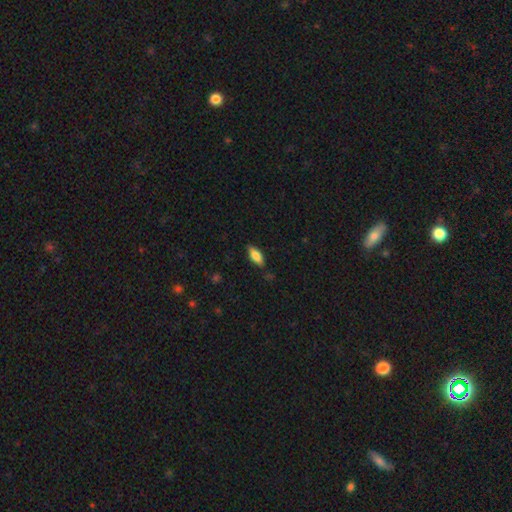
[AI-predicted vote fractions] A smooth galaxy with no disk features (76%) that is in between round and cigar-shaped (76%).

Vote fractions:
- Smooth or featured? smooth: 76% / featured or disk: 18% / star or artifact: 7%
- How rounded? in between: 76% / cigar-shaped: 22% / round: 2%
- Merging? none: 81% / minor disturbance: 14% / major disturbance: 3% / merger: 2%